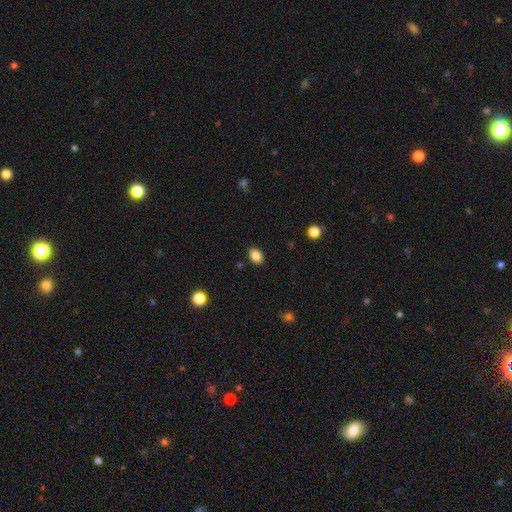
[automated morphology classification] Smooth or featured?
  - smooth: 86% *
  - star or artifact: 10%
  - featured or disk: 4%
How rounded?
  - in between: 70% *
  - round: 29%
  - cigar-shaped: 1%
Merging?
  - none: 88% *
  - minor disturbance: 9%
  - major disturbance: 2%
  - merger: 1%